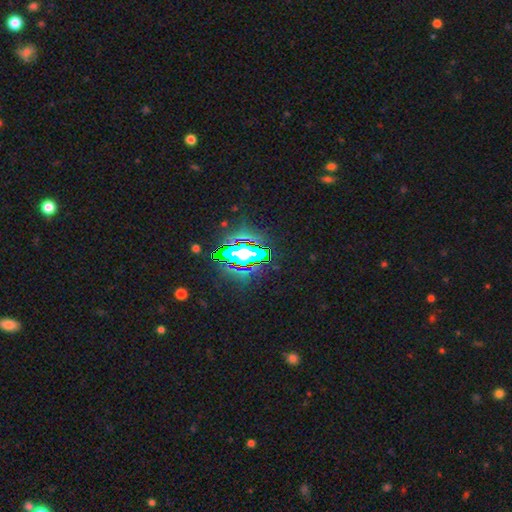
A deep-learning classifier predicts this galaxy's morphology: smooth_or_featured: star or artifact (p=0.85) [alt: smooth p=0.08]